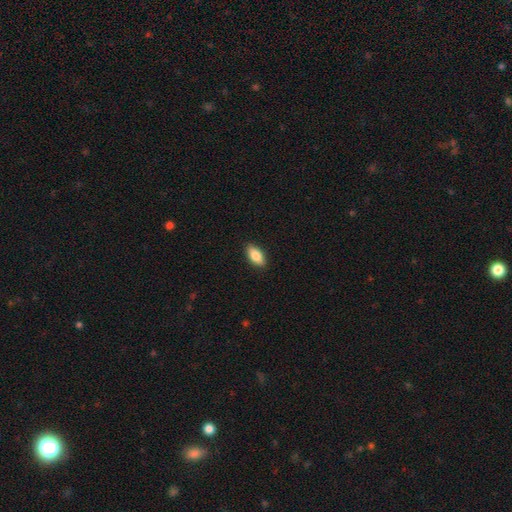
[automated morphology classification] Q: Smooth or featured?
A: smooth (84%); runner-up: featured or disk (9%)
Q: How rounded?
A: in between (89%); runner-up: cigar-shaped (8%)
Q: Merging?
A: none (90%); runner-up: minor disturbance (8%)